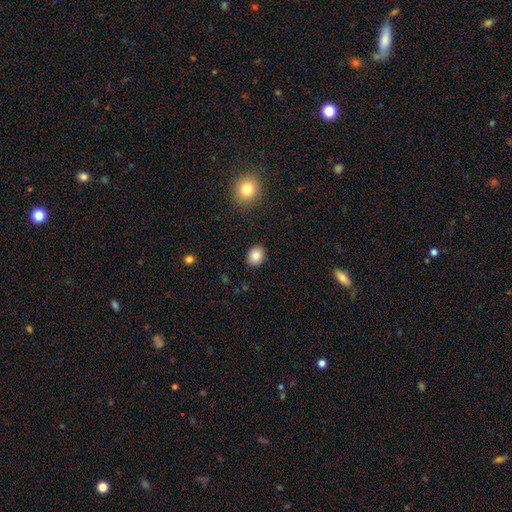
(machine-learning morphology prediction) Smooth or featured?
  - smooth: 85% *
  - star or artifact: 9%
  - featured or disk: 6%
How rounded?
  - round: 53% *
  - in between: 46%
  - cigar-shaped: 1%
Merging?
  - none: 89% *
  - minor disturbance: 7%
  - major disturbance: 2%
  - merger: 1%